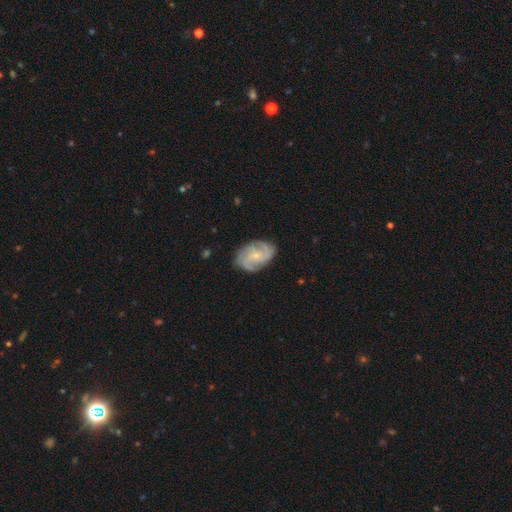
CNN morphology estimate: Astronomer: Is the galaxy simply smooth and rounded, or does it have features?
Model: featured or disk — 81%.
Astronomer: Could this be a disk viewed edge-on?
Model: no — 98%.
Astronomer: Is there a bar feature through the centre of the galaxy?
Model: no — 61%.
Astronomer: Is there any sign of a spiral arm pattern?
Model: yes — 95%.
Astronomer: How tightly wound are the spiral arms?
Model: medium — 44% (runner-up: tight, 43%).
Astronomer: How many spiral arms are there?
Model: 2 — 40% (runner-up: 3, 29%).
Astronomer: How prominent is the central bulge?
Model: small — 69%.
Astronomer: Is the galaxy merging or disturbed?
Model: none — 78%.